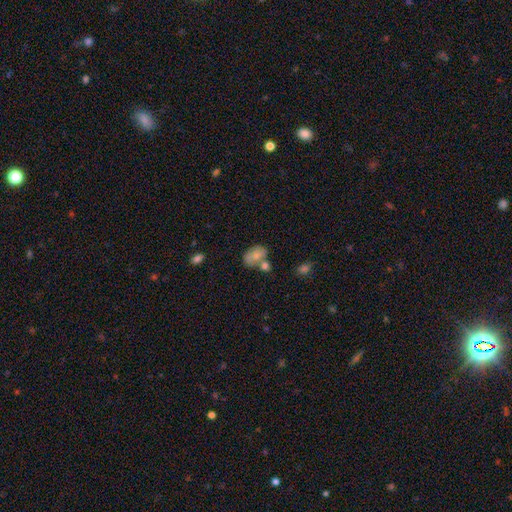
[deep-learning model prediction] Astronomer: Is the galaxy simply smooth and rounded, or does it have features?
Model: smooth — 69%.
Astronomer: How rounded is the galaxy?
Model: in between — 80%.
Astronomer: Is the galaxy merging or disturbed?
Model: none — 39% (runner-up: merger, 34%).